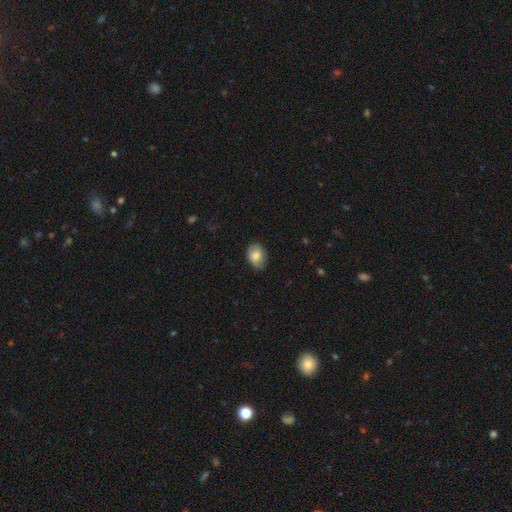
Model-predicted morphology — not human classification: Smooth or featured? Predicted: smooth (p=0.77). How rounded? Predicted: in between (p=0.73). Merging? Predicted: none (p=0.77).